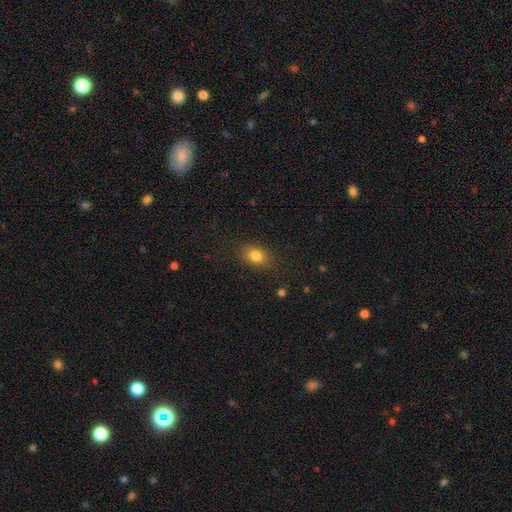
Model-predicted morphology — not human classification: smooth_or_featured: smooth (p=0.82) [alt: star or artifact p=0.11]
how_rounded: in between (p=0.66) [alt: round p=0.32]
merging: none (p=0.85) [alt: minor disturbance p=0.11]